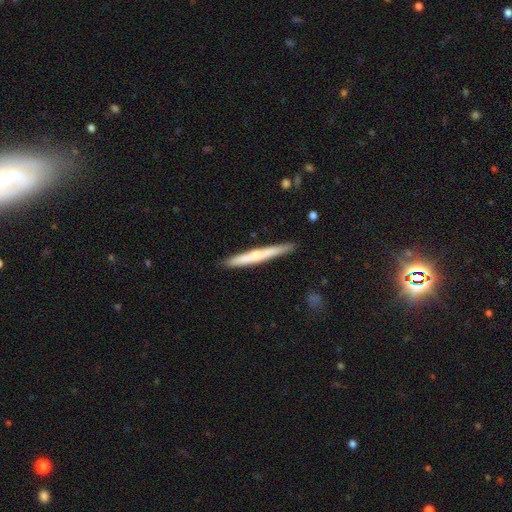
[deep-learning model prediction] Smooth or featured? smooth (52%)
How rounded? cigar-shaped (97%)
Merging? none (88%)